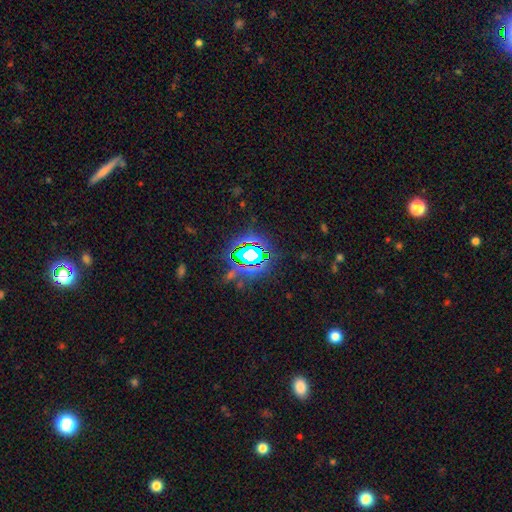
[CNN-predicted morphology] star or artifact 79%, smooth 13%, featured or disk 8%.